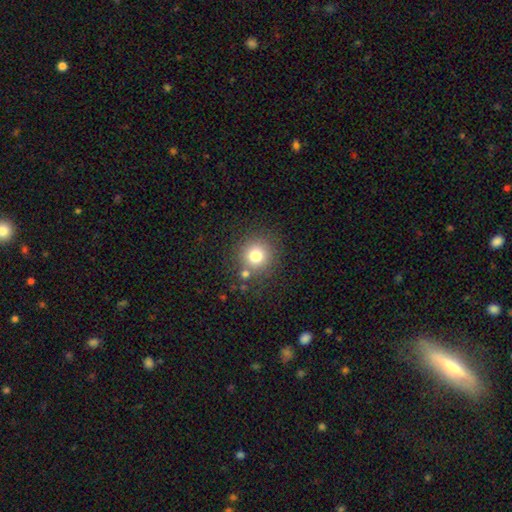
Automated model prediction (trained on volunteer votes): The model was most divided on "smooth or featured": smooth: 77%, star or artifact: 13%, featured or disk: 10%. More confident: how rounded — round (93%); merging — none (78%).